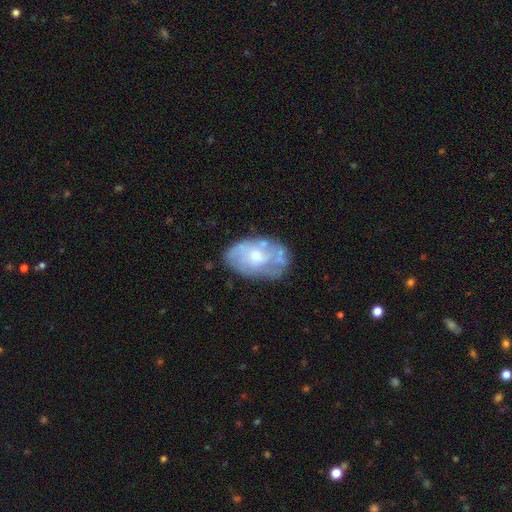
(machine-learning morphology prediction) The model was most divided on "spiral arms": no: 57%, yes: 43%. More confident: edge-on disk — no (95%); bar — no (80%); merging — none (60%); smooth or featured — featured or disk (59%); bulge size — moderate (53%).